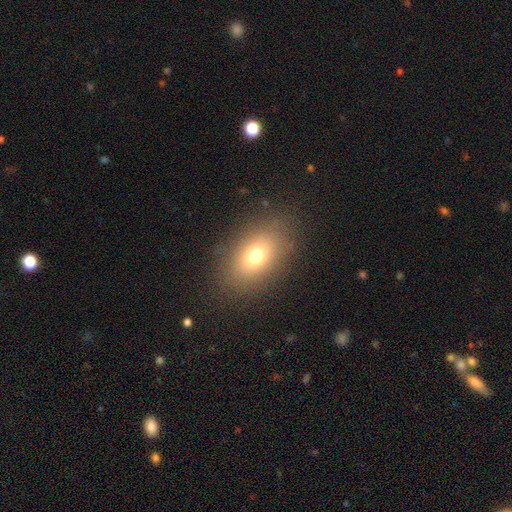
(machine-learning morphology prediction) type=smooth (72%); roundness=in between (79%); merging=none (84%).